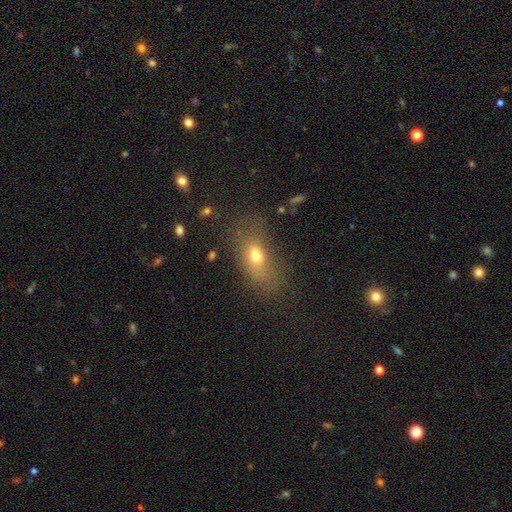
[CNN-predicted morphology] smooth-or-featured: smooth: 67% | featured or disk: 18% | star or artifact: 15%
  how-rounded: in between: 78% | round: 13% | cigar-shaped: 9%
  merging: none: 61% | minor disturbance: 21% | major disturbance: 15% | merger: 3%